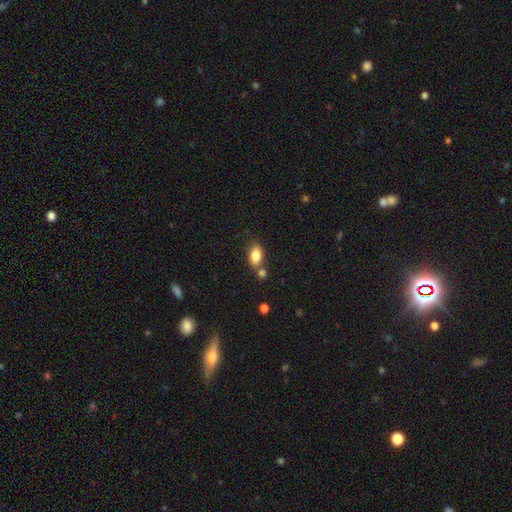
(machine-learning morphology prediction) This appears to be a smooth galaxy with no disk features (84%) that is in between round and cigar-shaped (88%). Merging: none (62%).